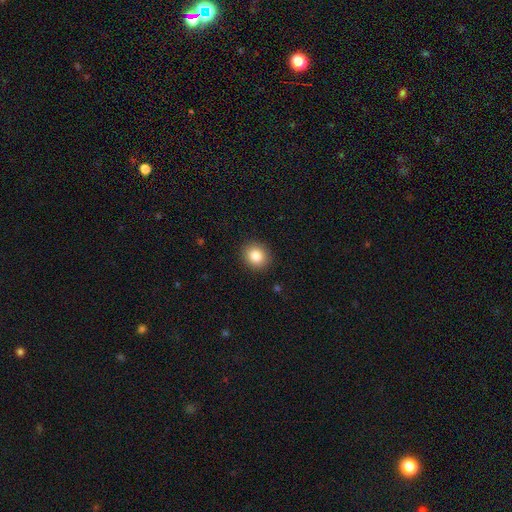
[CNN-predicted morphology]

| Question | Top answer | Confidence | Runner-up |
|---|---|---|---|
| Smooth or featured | smooth | 84% | star or artifact (9%) |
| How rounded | round | 80% | in between (19%) |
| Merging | none | 91% | minor disturbance (6%) |